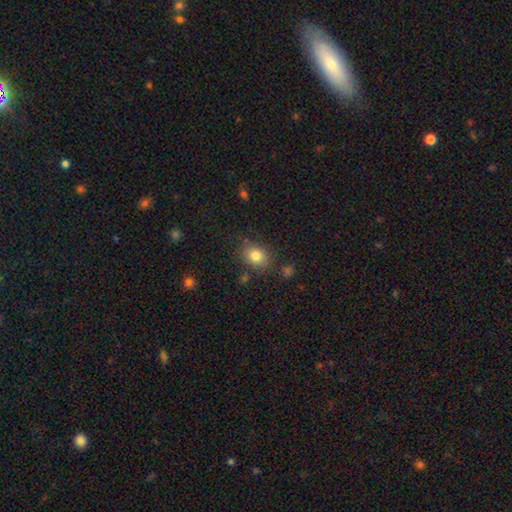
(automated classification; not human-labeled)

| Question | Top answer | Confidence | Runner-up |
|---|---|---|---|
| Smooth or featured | smooth | 81% | star or artifact (11%) |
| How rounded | in between | 53% | round (46%) |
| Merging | none | 79% | minor disturbance (13%) |